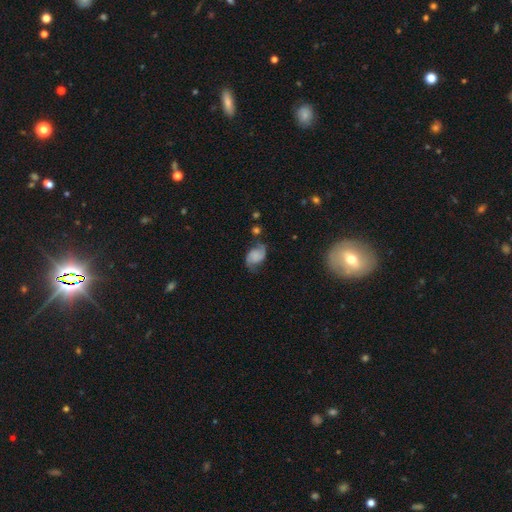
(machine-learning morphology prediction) type=featured or disk (73%); edge-on=no (98%); bar=no (65%); spiral arms=yes (95%); winding=medium (43%); arm count=2 (92%); bulge=none (61%); merging=none (66%).